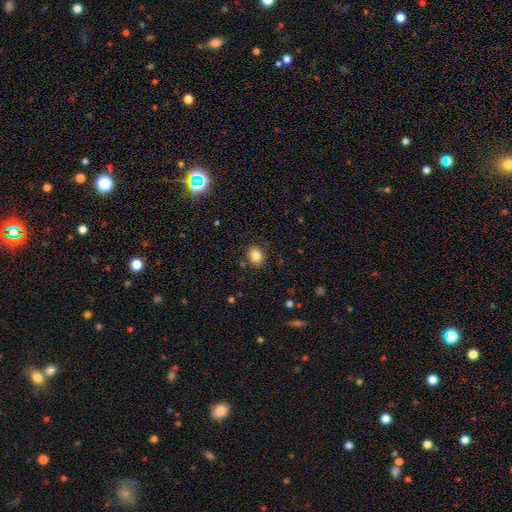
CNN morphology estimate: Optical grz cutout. It shows a smooth galaxy with no disk features (86%) that is round (59%). Merging: none (85%).